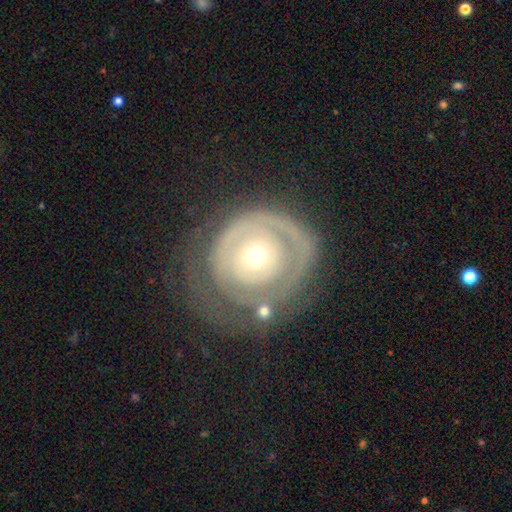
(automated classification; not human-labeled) A featured or disk galaxy (74%) with no bar (86%), spiral arms (67%) and a moderate central bulge (49%). Merging: none (52%).